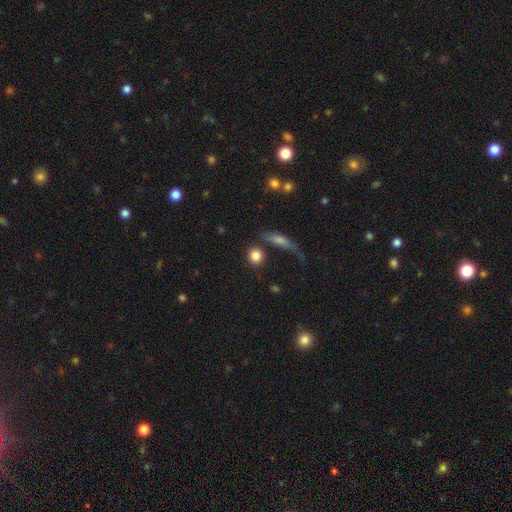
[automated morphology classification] type=smooth (84%); roundness=round (85%); merging=none (69%).